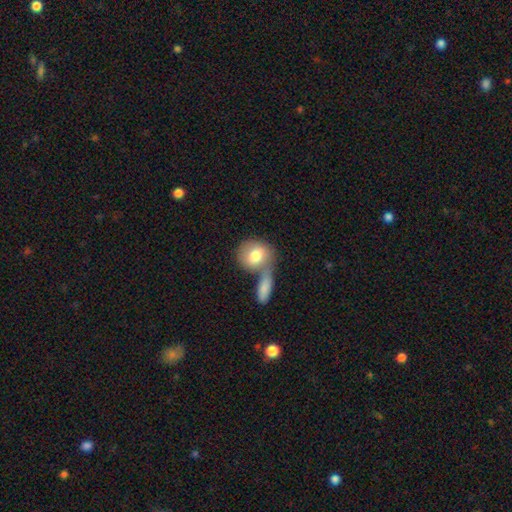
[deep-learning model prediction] Q: Smooth or featured?
A: smooth (77%); runner-up: featured or disk (17%)
Q: How rounded?
A: round (72%); runner-up: in between (26%)
Q: Merging?
A: merger (47%); runner-up: none (38%)